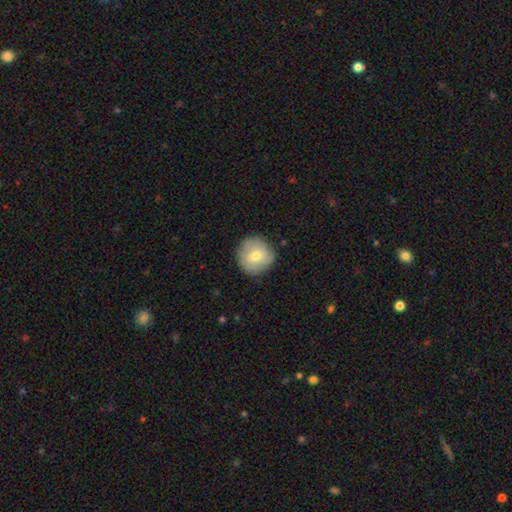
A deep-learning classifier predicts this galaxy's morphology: A smooth galaxy with no disk features (69%) that is round (93%). Merging: none (82%).